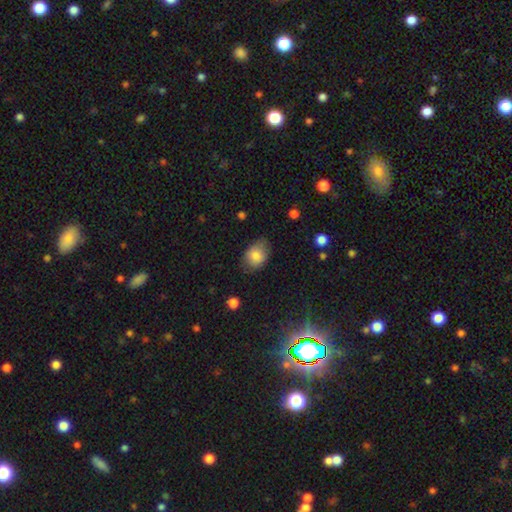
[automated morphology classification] Q: Smooth or featured?
A: smooth (82%); runner-up: featured or disk (11%)
Q: How rounded?
A: in between (75%); runner-up: round (24%)
Q: Merging?
A: none (68%); runner-up: minor disturbance (26%)